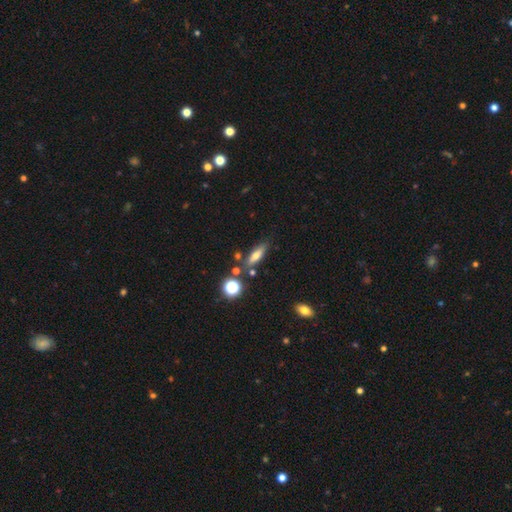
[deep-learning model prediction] A smooth galaxy with no disk features (64%) that is cigar-shaped (54%). Merging: none (74%).